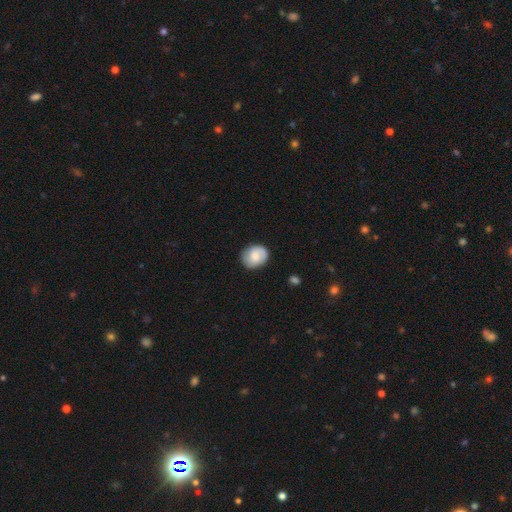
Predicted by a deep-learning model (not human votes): smooth-or-featured: smooth: 66% | featured or disk: 26% | star or artifact: 7%
  how-rounded: round: 66% | in between: 33% | cigar-shaped: 1%
  merging: none: 78% | minor disturbance: 17% | major disturbance: 4% | merger: 1%